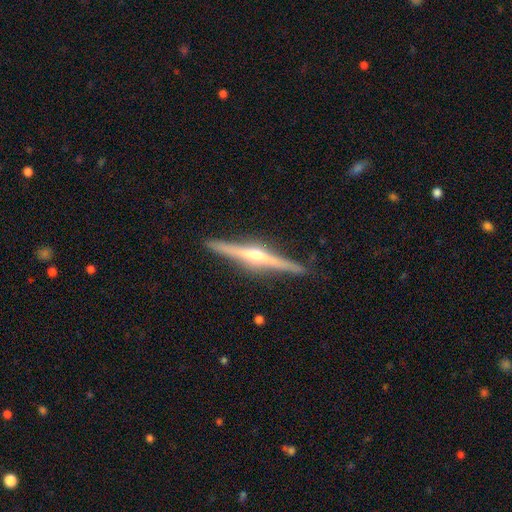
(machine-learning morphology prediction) A featured or disk galaxy (84%) viewed edge-on (98%) with a rounded central bulge (91%).

Vote fractions:
- Smooth or featured? featured or disk: 84% / smooth: 11% / star or artifact: 5%
- Edge-on disk? yes: 98% / no: 2%
- Edge-on bulge? rounded: 91% / boxy: 5% / none: 4%
- Merging? none: 91% / minor disturbance: 7% / major disturbance: 1% / merger: 1%